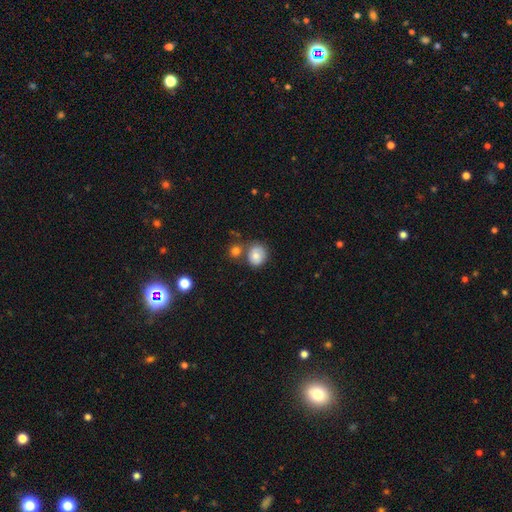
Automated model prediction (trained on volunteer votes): smooth 74%, featured or disk 17%, star or artifact 9%. Down the decision tree: how rounded — round (74%); merging — none (61%).